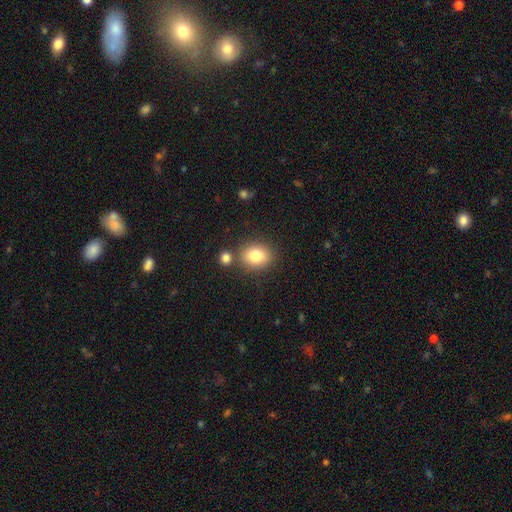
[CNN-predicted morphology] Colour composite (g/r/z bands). It shows a smooth galaxy with no disk features (82%) that is in between round and cigar-shaped (51%). Merging: none (75%).